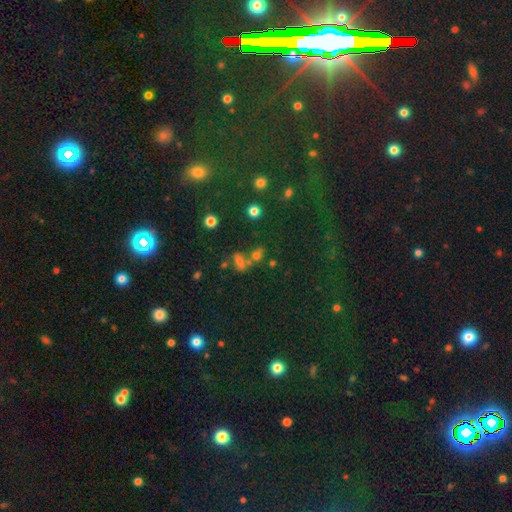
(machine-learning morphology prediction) Smooth or featured? smooth (48%)
Merging? none (45%)